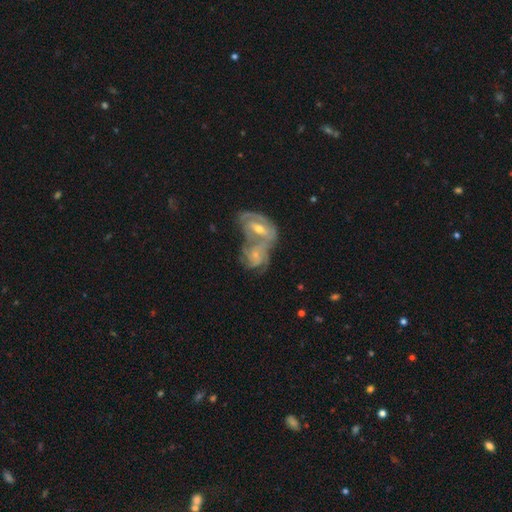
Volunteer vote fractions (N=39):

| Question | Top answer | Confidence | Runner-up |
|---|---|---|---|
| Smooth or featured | featured or disk | 79% | smooth (18%) |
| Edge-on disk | no | 97% | yes (3%) |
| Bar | no | 47% | weak (37%) |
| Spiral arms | yes | 97% | no (3%) |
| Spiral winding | tight | 48% | tied: medium (48%) |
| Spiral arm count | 3 | 31% | tied: can't tell (31%) |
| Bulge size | small | 57% | moderate (33%) |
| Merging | merger | 87% | none (11%) |